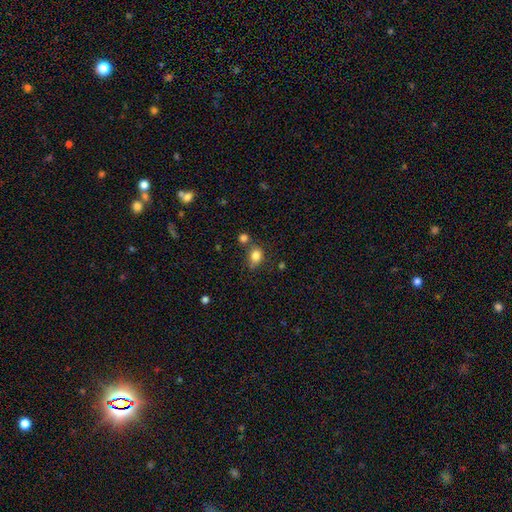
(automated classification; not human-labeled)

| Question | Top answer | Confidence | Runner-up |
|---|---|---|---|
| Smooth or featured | smooth | 83% | star or artifact (11%) |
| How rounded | in between | 54% | round (45%) |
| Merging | none | 59% | minor disturbance (18%) |